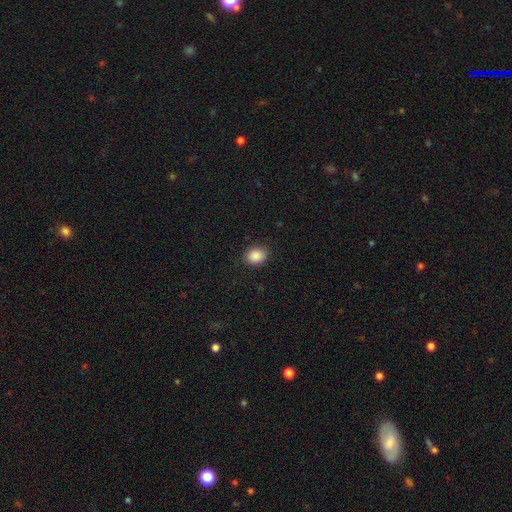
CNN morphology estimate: The model was most divided on "how rounded": in between: 50%, round: 49%, cigar-shaped: 1%. More confident: smooth or featured — smooth (89%); merging — none (88%).